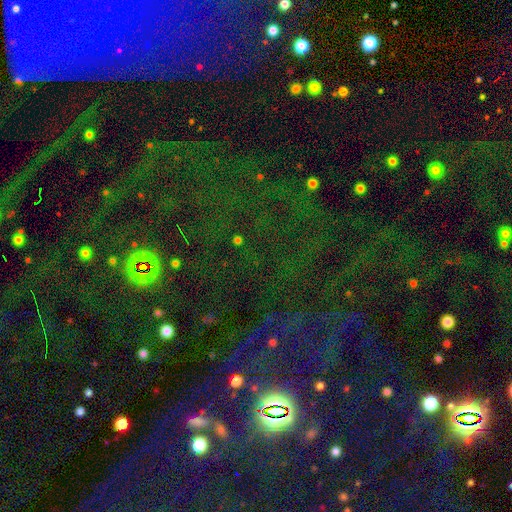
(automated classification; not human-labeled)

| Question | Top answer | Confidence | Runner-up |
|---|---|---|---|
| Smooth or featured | star or artifact | 78% | smooth (12%) |